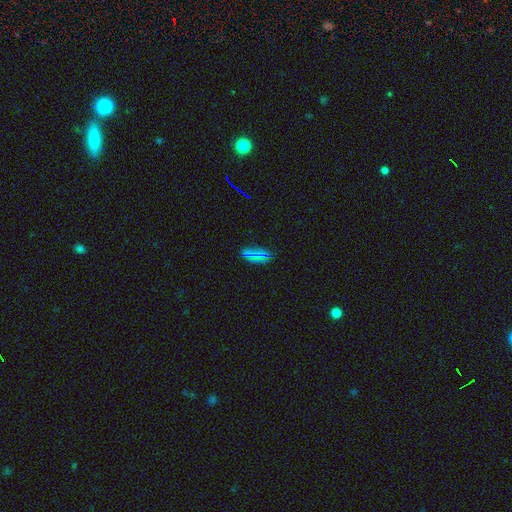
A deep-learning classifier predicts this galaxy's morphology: Smooth or featured? Predicted: smooth (p=0.64). How rounded? Predicted: in between (p=0.88). Merging? Predicted: none (p=0.80).